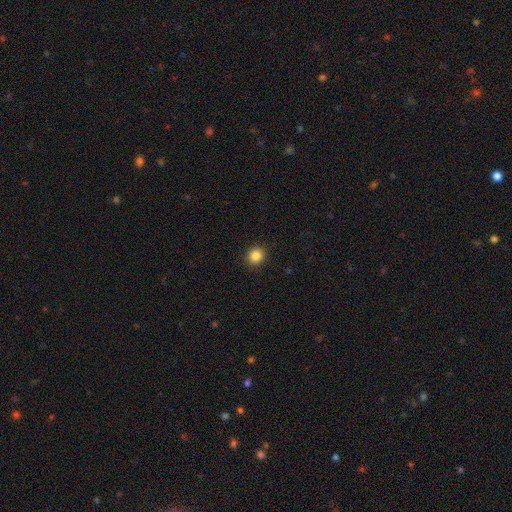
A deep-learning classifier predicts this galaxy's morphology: Smooth or featured: smooth — 86% (star or artifact — 11%)
How rounded: round — 89% (in between — 10%)
Merging: none — 93% (minor disturbance — 5%)